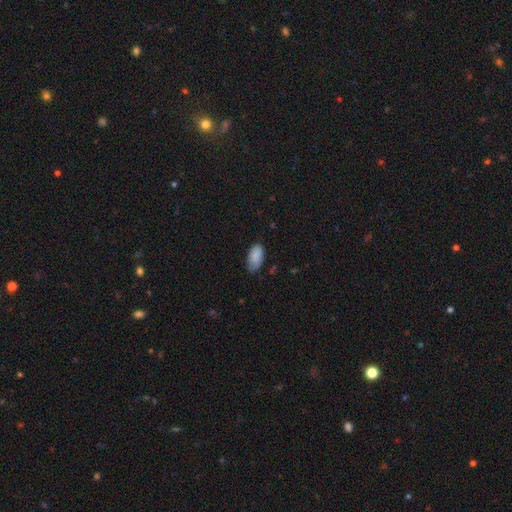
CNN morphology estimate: type=smooth (86%); roundness=in between (94%); merging=none (64%).